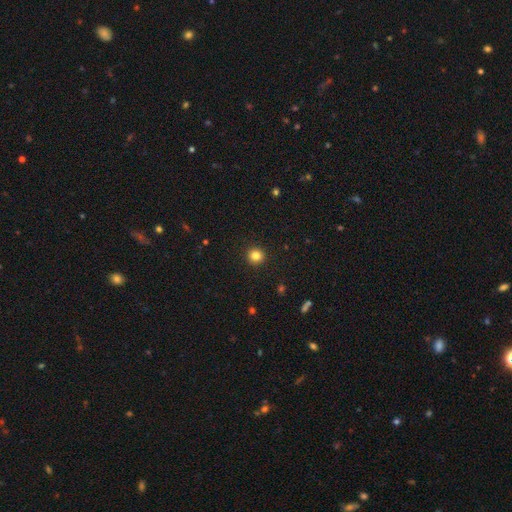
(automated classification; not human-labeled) This appears to be a smooth galaxy with no disk features (83%) that is round (93%). Merging: none (93%).